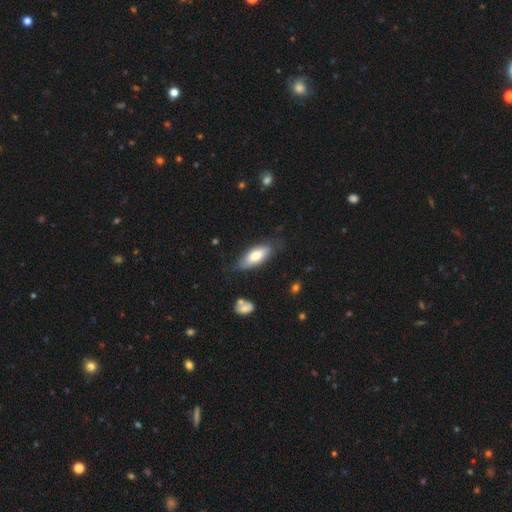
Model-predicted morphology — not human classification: The model was most divided on "smooth or featured": smooth: 72%, featured or disk: 22%, star or artifact: 6%. More confident: how rounded — in between (76%); merging — none (74%).